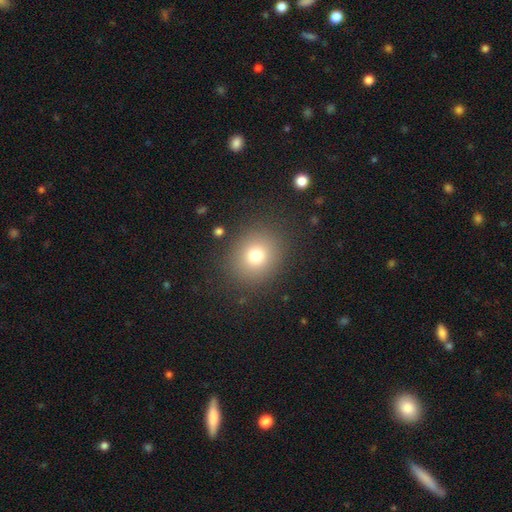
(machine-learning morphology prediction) This is likely a smooth galaxy (75%). How rounded: likely round (77%). Merging: clearly none (85%).